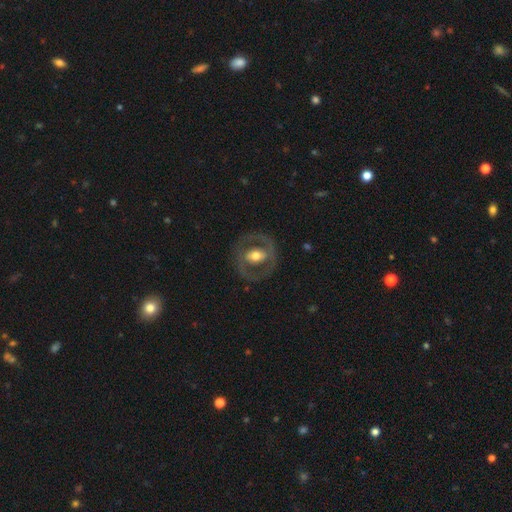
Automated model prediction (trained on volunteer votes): Q: Smooth or featured?
A: featured or disk (66%); runner-up: smooth (29%)
Q: Edge-on disk?
A: no (94%); runner-up: yes (6%)
Q: Bar?
A: no (44%); runner-up: weak (31%)
Q: Spiral arms?
A: no (66%); runner-up: yes (34%)
Q: Bulge size?
A: moderate (65%); runner-up: large (22%)
Q: Merging?
A: none (78%); runner-up: minor disturbance (12%)